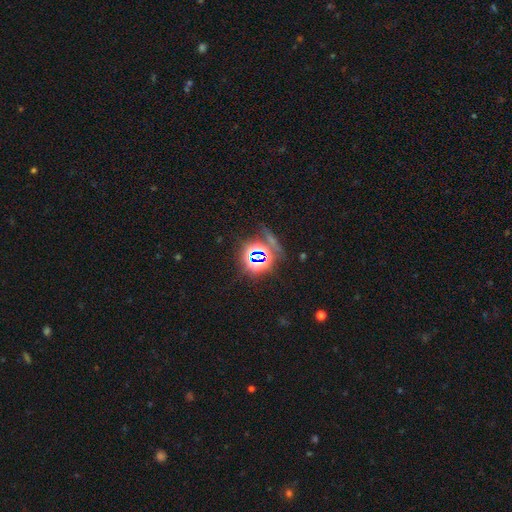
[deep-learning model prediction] A star or artifact, not a galaxy (78%).

Vote fractions:
- Smooth or featured? star or artifact: 78% / smooth: 13% / featured or disk: 9%